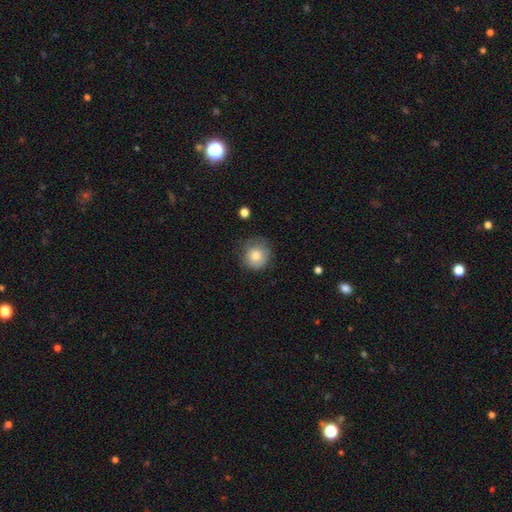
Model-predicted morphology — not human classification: A smooth galaxy with no disk features (80%) that is round (90%). Merging: none (69%).